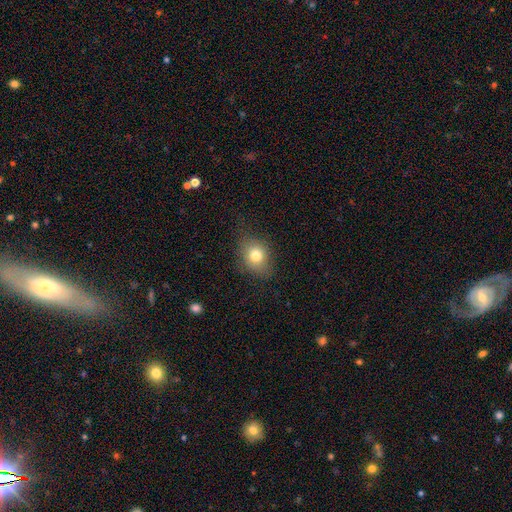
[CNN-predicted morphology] A smooth galaxy with no disk features (76%) that is round (51%).

Vote fractions:
- Smooth or featured? smooth: 76% / featured or disk: 13% / star or artifact: 11%
- How rounded? round: 51% / in between: 48% / cigar-shaped: 1%
- Merging? none: 69% / minor disturbance: 22% / major disturbance: 8% / merger: 1%